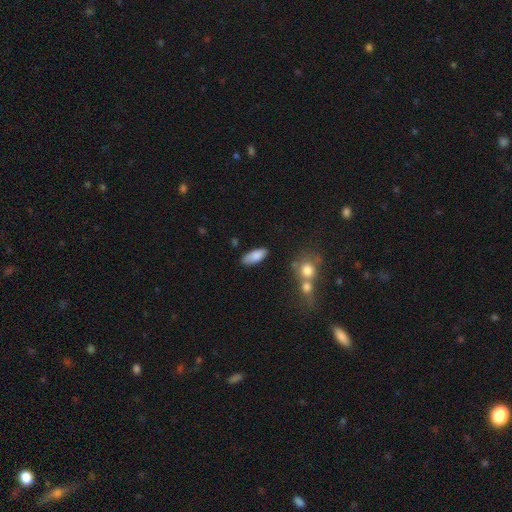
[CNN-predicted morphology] smooth-or-featured: smooth: 83% | featured or disk: 10% | star or artifact: 7%
  how-rounded: in between: 78% | cigar-shaped: 20% | round: 2%
  merging: none: 79% | minor disturbance: 14% | merger: 4% | major disturbance: 3%